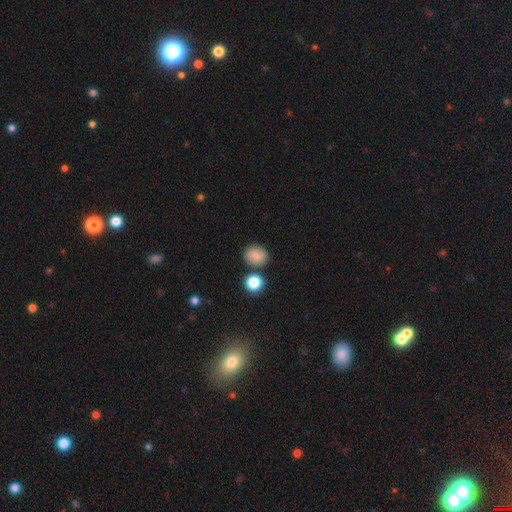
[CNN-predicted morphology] A smooth galaxy with no disk features (83%) that is round (67%). Merging: none (80%).